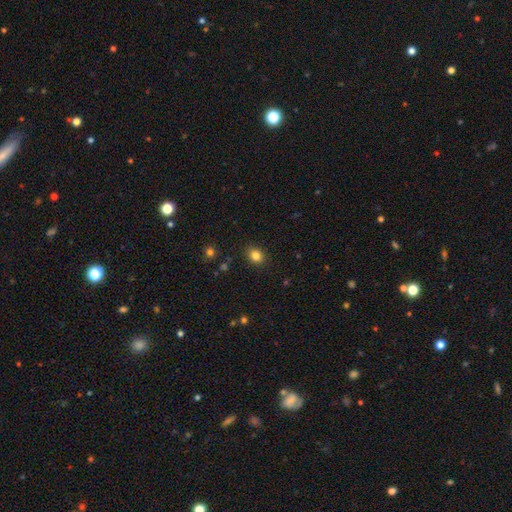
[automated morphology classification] type=smooth (83%); roundness=round (63%); merging=none (88%).